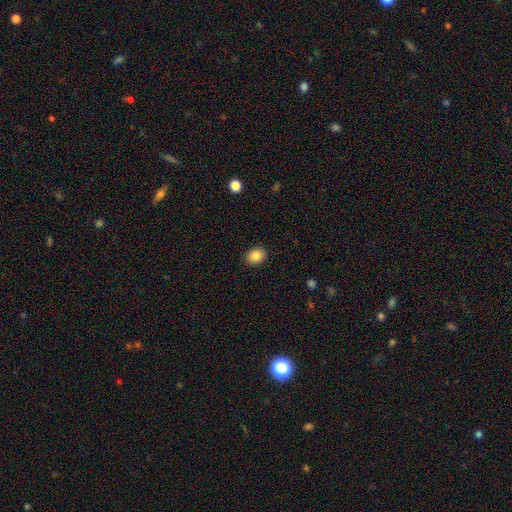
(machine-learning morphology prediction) Smooth or featured? Predicted: smooth (p=0.86). How rounded? Predicted: round (p=0.55). Merging? Predicted: none (p=0.90).